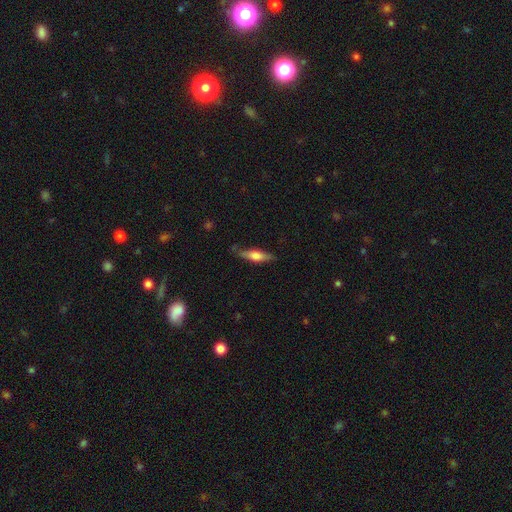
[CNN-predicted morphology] Smooth or featured? smooth (51%)
How rounded? cigar-shaped (67%)
Merging? none (76%)